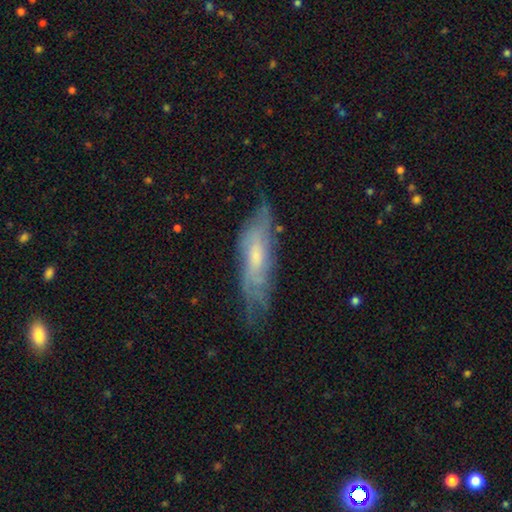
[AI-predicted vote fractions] A featured or disk galaxy (65%).

Vote fractions:
- Smooth or featured? featured or disk: 65% / smooth: 28% / star or artifact: 7%
- Edge-on disk? no: 70% / yes: 30%
- Merging? none: 62% / minor disturbance: 26% / major disturbance: 10% / merger: 2%